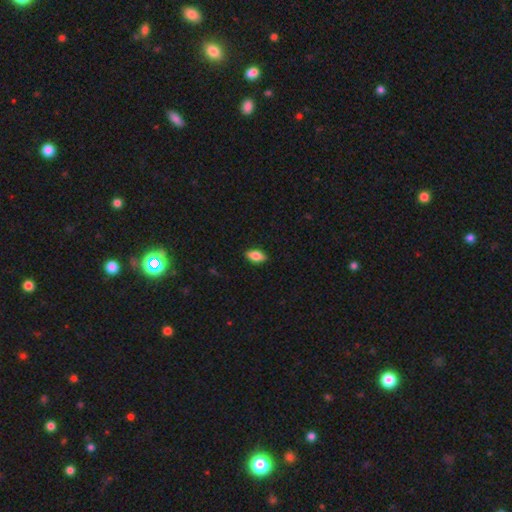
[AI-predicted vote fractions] Smooth or featured?
  - smooth: 77% *
  - featured or disk: 15%
  - star or artifact: 8%
How rounded?
  - in between: 88% *
  - cigar-shaped: 8%
  - round: 4%
Merging?
  - none: 87% *
  - minor disturbance: 10%
  - major disturbance: 2%
  - merger: 1%